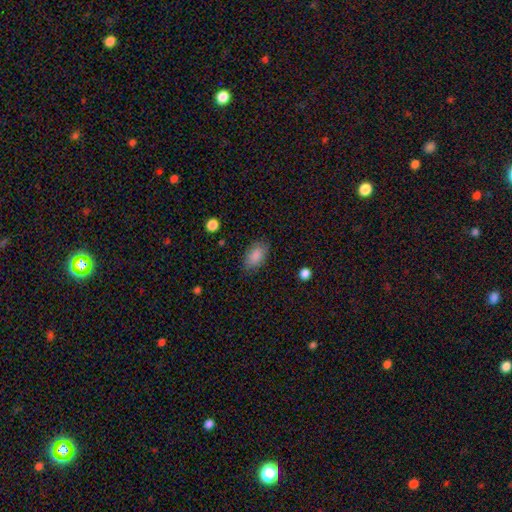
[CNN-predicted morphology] This is clearly a smooth galaxy (87%). How rounded: clearly in between (92%). Merging: clearly none (82%).